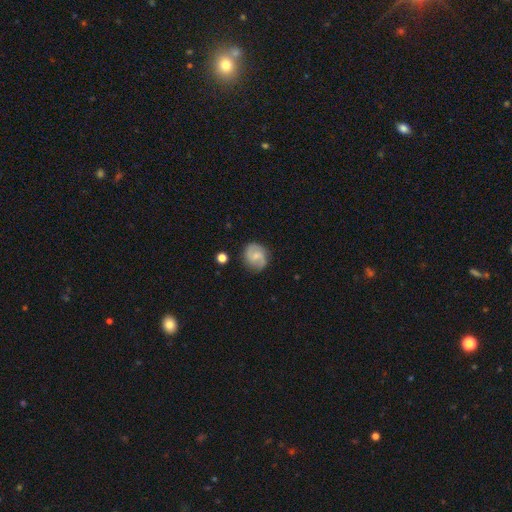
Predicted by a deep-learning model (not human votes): A featured or disk galaxy (59%) with a weak bar (51%), 2 (87%) medium (47%) spiral arms (90%) and a small central bulge (54%).

Vote fractions:
- Smooth or featured? featured or disk: 59% / smooth: 34% / star or artifact: 7%
- Edge-on disk? no: 98% / yes: 2%
- Bar? weak: 51% / no: 39% / strong: 11%
- Spiral arms? yes: 90% / no: 10%
- Spiral winding? medium: 47% / loose: 28% / tight: 25%
- Spiral arm count? 2: 87% / can't tell: 8% / 1: 2% / 3: 1% / 4: 1% / more than 4: 1%
- Bulge size? small: 54% / moderate: 34% / none: 10% / large: 2% / dominant: 1%
- Merging? none: 81% / minor disturbance: 13% / major disturbance: 3% / merger: 2%